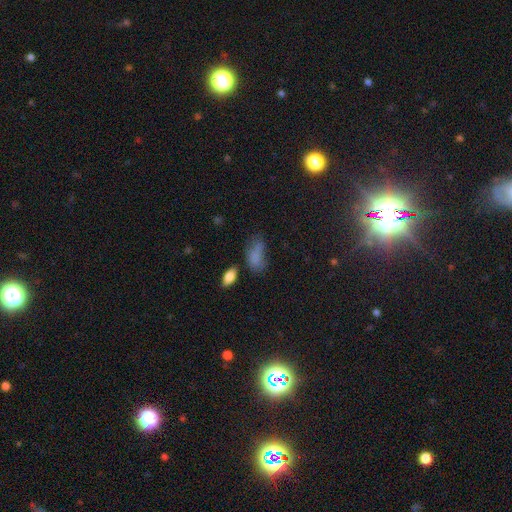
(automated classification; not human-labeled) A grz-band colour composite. It shows a smooth galaxy with no disk features (76%) that is in between round and cigar-shaped (86%). Merging: none (41%).